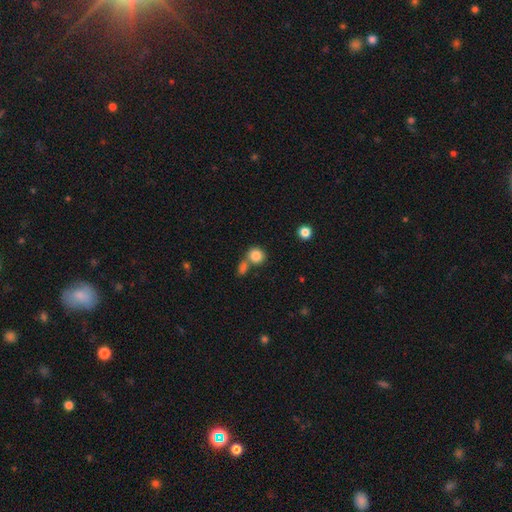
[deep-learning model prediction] Q: Smooth or featured?
A: smooth (84%); runner-up: star or artifact (10%)
Q: How rounded?
A: round (86%); runner-up: in between (13%)
Q: Merging?
A: none (59%); runner-up: merger (29%)